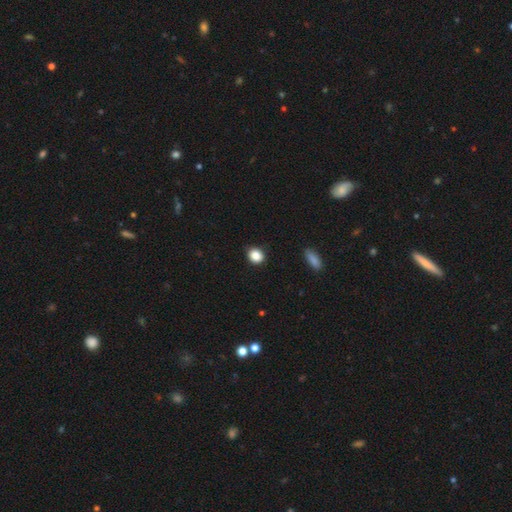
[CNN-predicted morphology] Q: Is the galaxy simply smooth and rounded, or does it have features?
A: smooth — 86%.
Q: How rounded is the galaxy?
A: round — 69%.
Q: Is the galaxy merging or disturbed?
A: none — 84%.